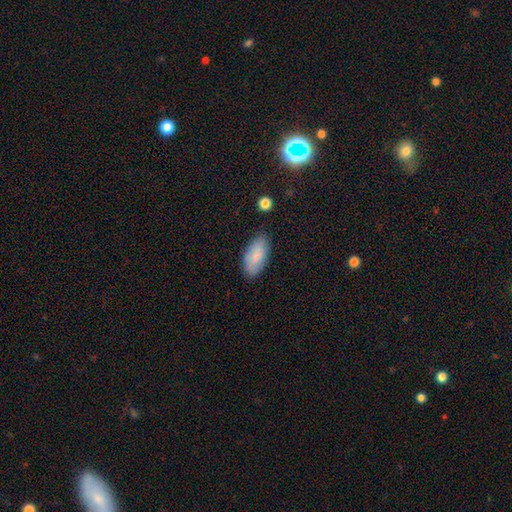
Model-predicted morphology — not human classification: Overall: smooth (82%). How rounded: in between (92%). Merging: none (80%).